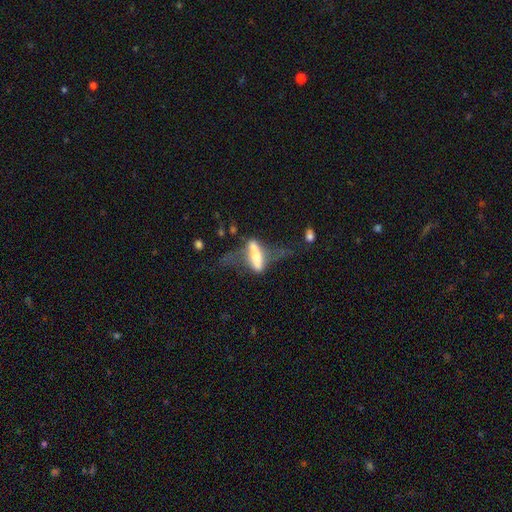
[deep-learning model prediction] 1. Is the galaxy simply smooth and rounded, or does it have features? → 51% featured or disk, 42% smooth, 7% star or artifact.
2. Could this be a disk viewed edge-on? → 56% yes, 44% no.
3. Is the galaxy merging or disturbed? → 46% major disturbance, 27% none, 20% minor disturbance, 8% merger.